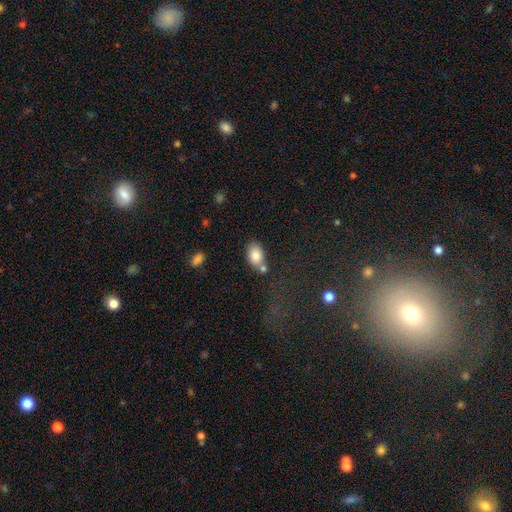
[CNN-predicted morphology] smooth 83%, featured or disk 9%, star or artifact 8%. Down the decision tree: how rounded — in between (87%); merging — none (61%).